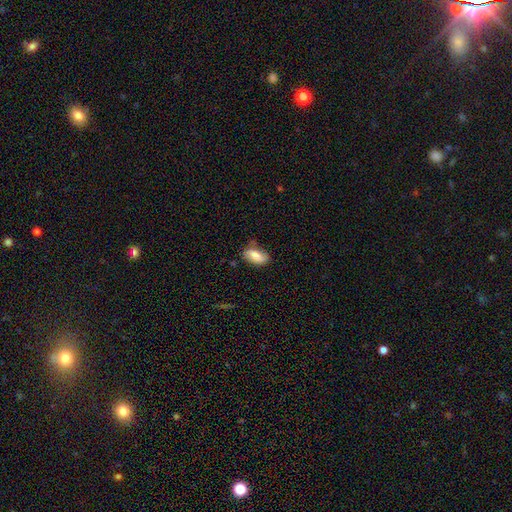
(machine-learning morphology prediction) type=smooth (74%); roundness=in between (90%); merging=none (65%).